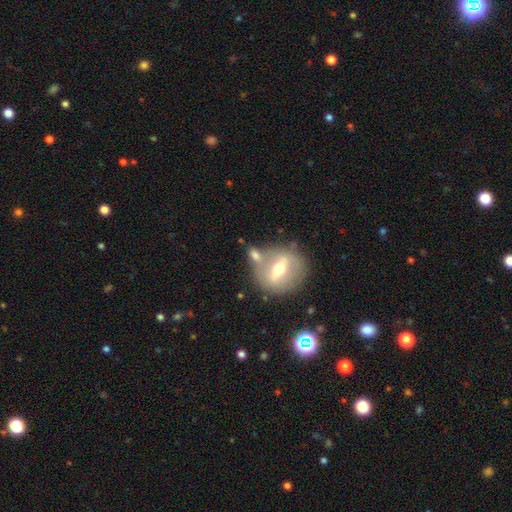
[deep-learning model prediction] Smooth or featured?
  - featured or disk: 52% *
  - smooth: 40%
  - star or artifact: 9%
Edge-on disk?
  - no: 69% *
  - yes: 31%
Merging?
  - none: 58% *
  - merger: 24%
  - minor disturbance: 13%
  - major disturbance: 6%